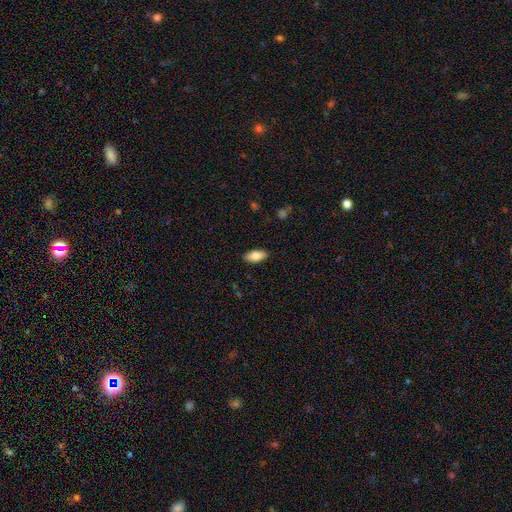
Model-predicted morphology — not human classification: This appears to be a smooth galaxy with no disk features (83%) that is in between round and cigar-shaped (89%). Merging: none (88%).